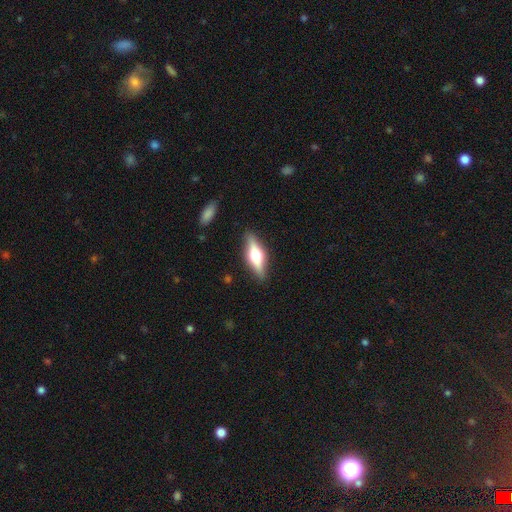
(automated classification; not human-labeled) This is likely a featured or disk galaxy (60%). It is clearly viewed edge-on (94%). Edge-on bulge: clearly rounded (93%). Merging: clearly none (87%).